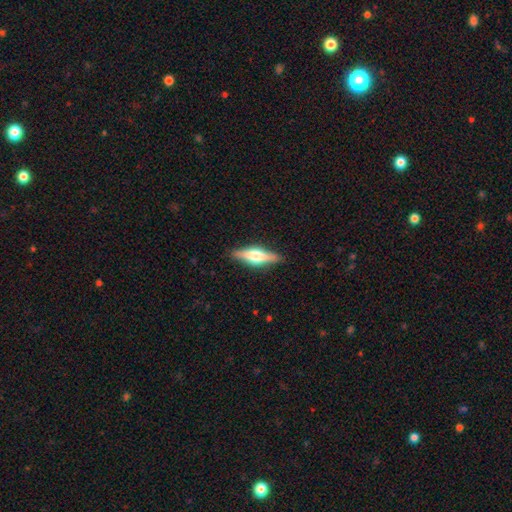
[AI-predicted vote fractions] Smooth or featured? featured or disk (56%)
Edge-on disk? yes (94%)
Edge-on bulge? rounded (90%)
Merging? none (88%)